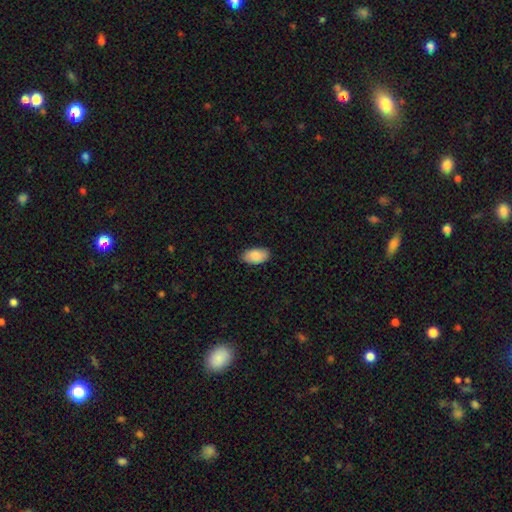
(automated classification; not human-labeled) A smooth galaxy with no disk features (89%) that is in between round and cigar-shaped (95%). Merging: none (88%).